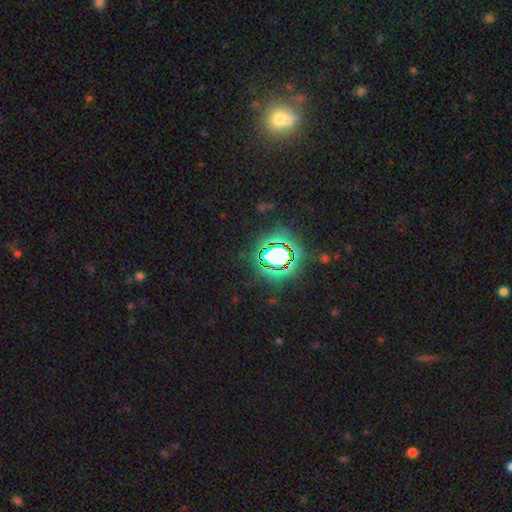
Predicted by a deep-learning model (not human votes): Smooth or featured: star or artifact — 80% (smooth — 12%)